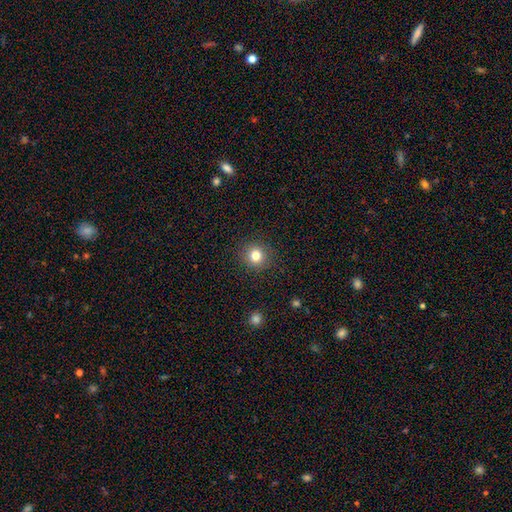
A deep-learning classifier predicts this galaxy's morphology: Smooth or featured? Predicted: smooth (p=0.81). How rounded? Predicted: round (p=0.90). Merging? Predicted: none (p=0.90).